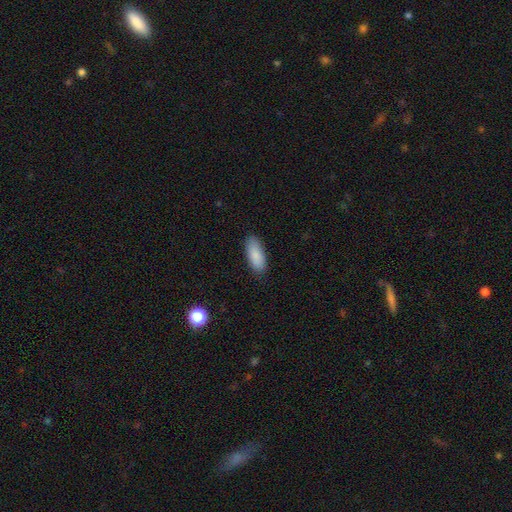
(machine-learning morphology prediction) Overall: smooth (87%). How rounded: in between (79%). Merging: none (85%).